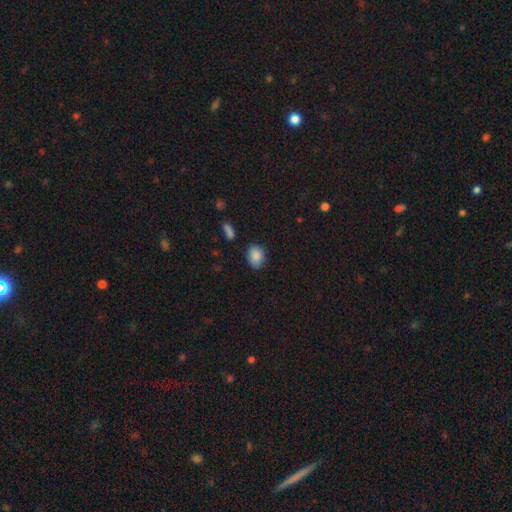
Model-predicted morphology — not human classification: Smooth or featured? Predicted: smooth (p=0.87). How rounded? Predicted: in between (p=0.63). Merging? Predicted: none (p=0.79).